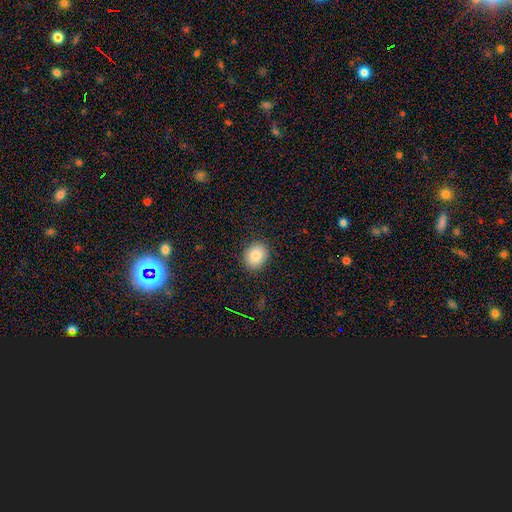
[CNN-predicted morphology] Overall: smooth (86%). How rounded: round (58%; in between 41%). Merging: none (89%).